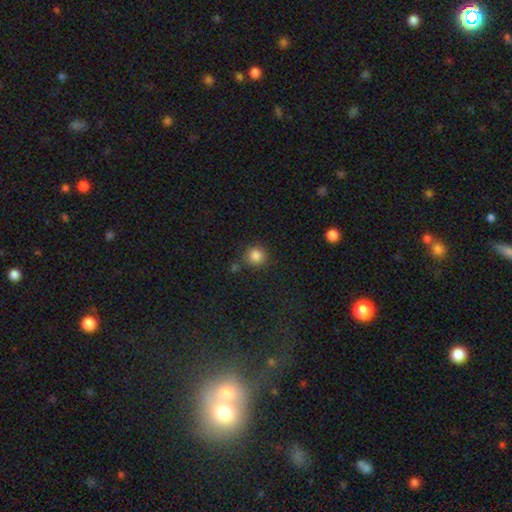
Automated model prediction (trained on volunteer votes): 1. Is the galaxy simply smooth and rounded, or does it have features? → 84% smooth, 11% star or artifact, 4% featured or disk.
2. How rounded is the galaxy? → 92% round, 7% in between, 1% cigar-shaped.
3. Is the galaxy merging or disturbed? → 79% none, 11% minor disturbance, 6% merger, 4% major disturbance.